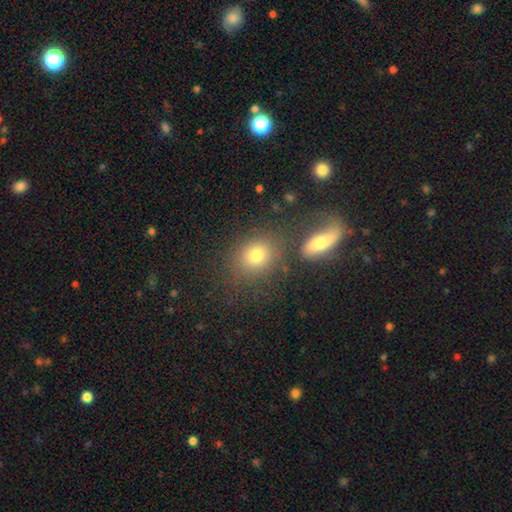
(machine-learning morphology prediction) Q: Smooth or featured?
A: smooth (77%); runner-up: star or artifact (12%)
Q: How rounded?
A: round (61%); runner-up: in between (38%)
Q: Merging?
A: none (67%); runner-up: merger (17%)